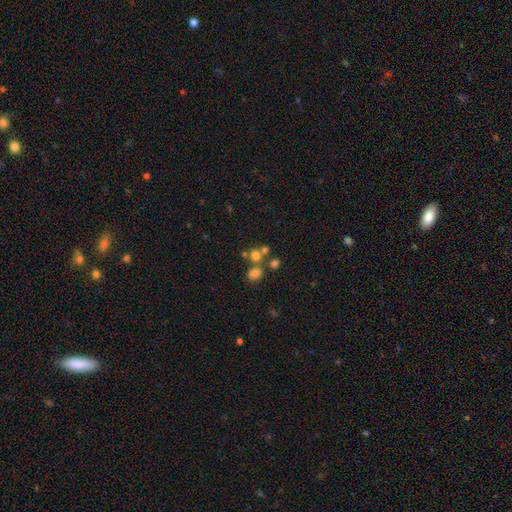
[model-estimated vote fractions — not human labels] This appears to be a smooth galaxy with no disk features (69%) that is round (73%). Merging: none (53%).